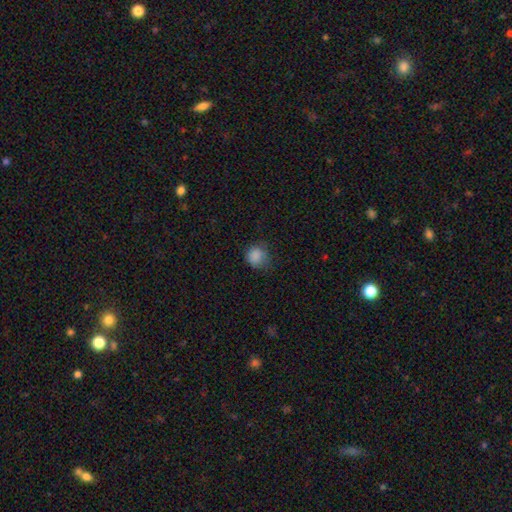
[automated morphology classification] Q: Smooth or featured?
A: smooth (86%); runner-up: star or artifact (10%)
Q: How rounded?
A: round (85%); runner-up: in between (15%)
Q: Merging?
A: none (66%); runner-up: minor disturbance (25%)